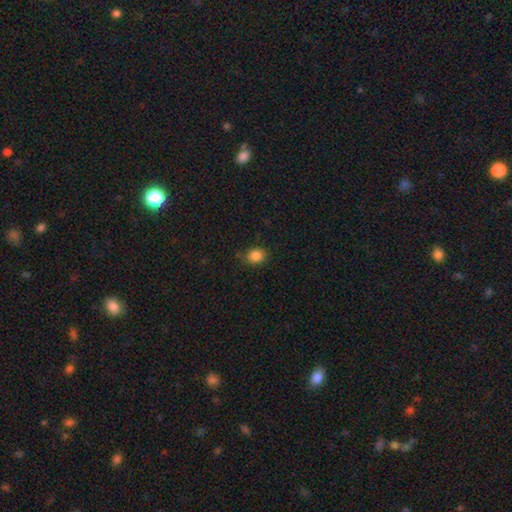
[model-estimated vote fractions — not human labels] Overall: smooth (85%). How rounded: round (63%; in between 36%). Merging: none (78%).